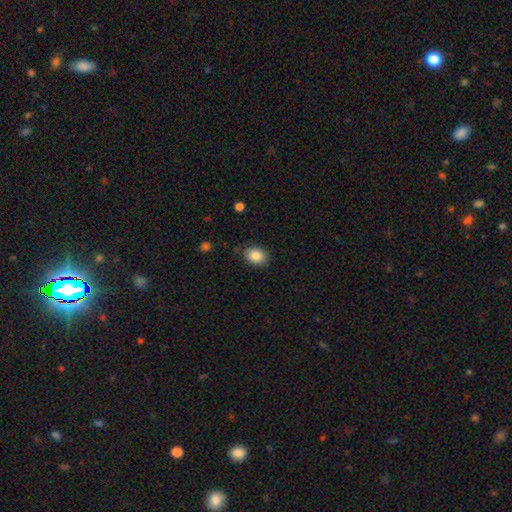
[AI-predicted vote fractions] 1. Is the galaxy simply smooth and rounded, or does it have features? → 86% smooth, 8% star or artifact, 6% featured or disk.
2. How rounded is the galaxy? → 58% in between, 41% round, 1% cigar-shaped.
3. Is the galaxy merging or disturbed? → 83% none, 13% minor disturbance, 3% major disturbance, 1% merger.